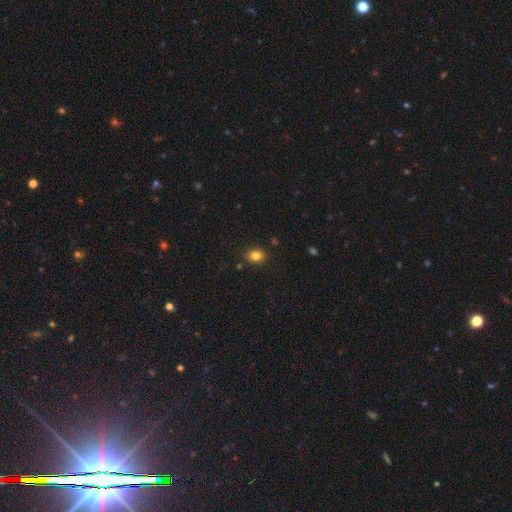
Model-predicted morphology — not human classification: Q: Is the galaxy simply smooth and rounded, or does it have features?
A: smooth — 82%.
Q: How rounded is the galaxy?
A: in between — 51%.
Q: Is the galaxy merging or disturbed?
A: none — 87%.